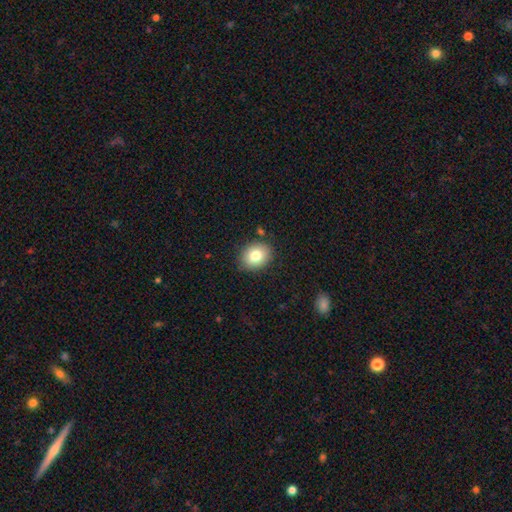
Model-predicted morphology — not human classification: This is clearly a smooth galaxy (80%). How rounded: possibly round (58%). Merging: clearly none (86%).